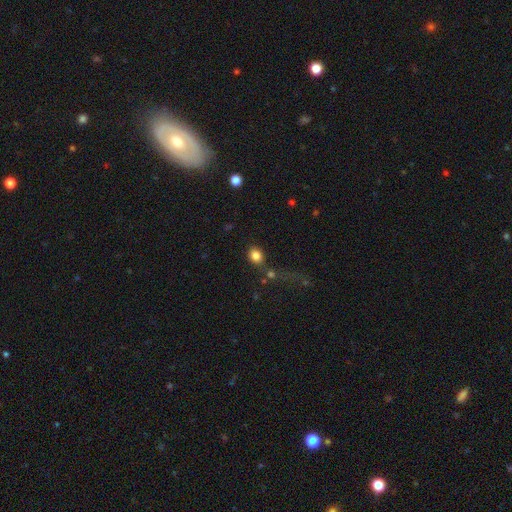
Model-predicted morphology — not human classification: Smooth or featured: smooth — 84% (star or artifact — 10%)
How rounded: round — 53% (in between — 46%)
Merging: none — 69% (minor disturbance — 12%)